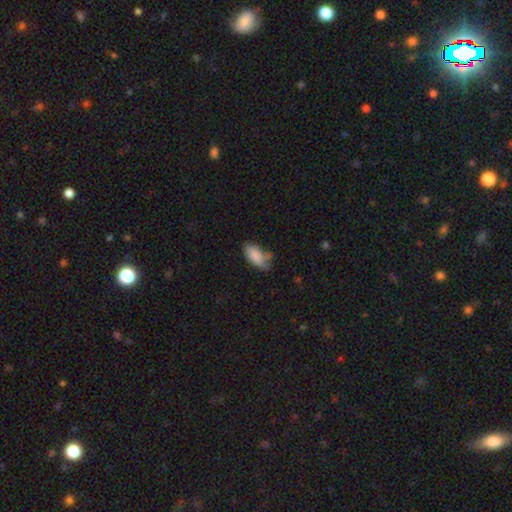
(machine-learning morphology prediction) Smooth or featured? smooth (84%)
How rounded? in between (90%)
Merging? none (52%)